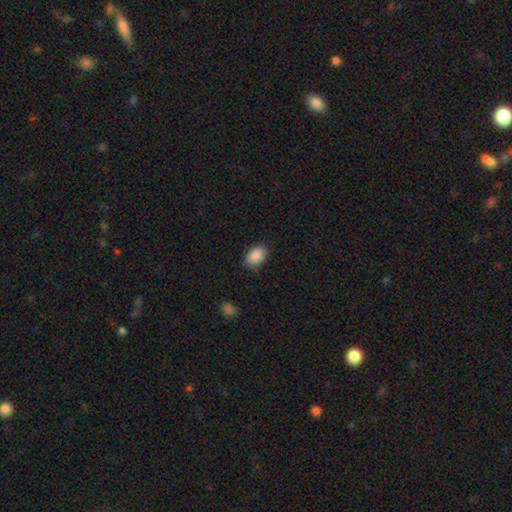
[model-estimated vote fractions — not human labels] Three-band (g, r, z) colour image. It shows a smooth galaxy with no disk features (90%) that is in between round and cigar-shaped (88%). Merging: none (85%).